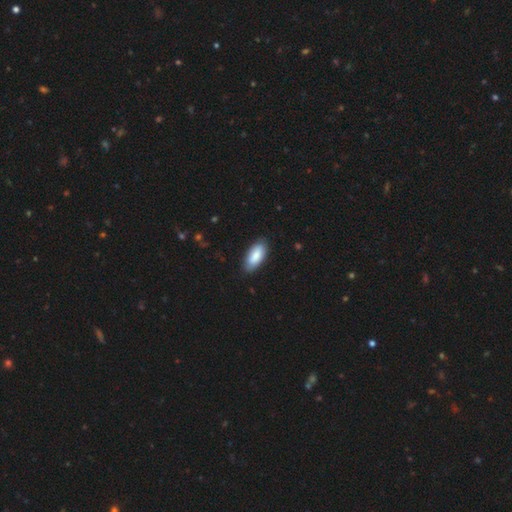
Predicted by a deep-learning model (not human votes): This appears to be a smooth galaxy with no disk features (84%) that is in between round and cigar-shaped (88%). Merging: none (84%).